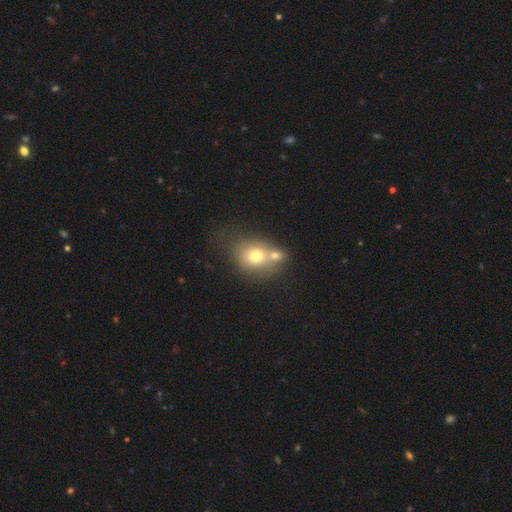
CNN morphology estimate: Q: Smooth or featured?
A: smooth (69%); runner-up: featured or disk (19%)
Q: How rounded?
A: round (58%); runner-up: in between (41%)
Q: Merging?
A: merger (50%); runner-up: none (32%)